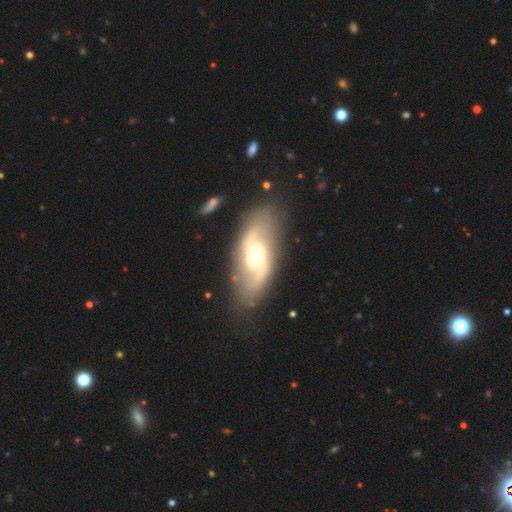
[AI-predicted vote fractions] Overall: featured or disk (71%). Edge-on disk: no (90%). Bar: weak (41%, tied with no). Spiral arms: yes (81%). Spiral arm count: 2 (88%). Spiral winding: loose (55%; medium 33%). Bulge size: moderate (65%). Merging: none (79%).